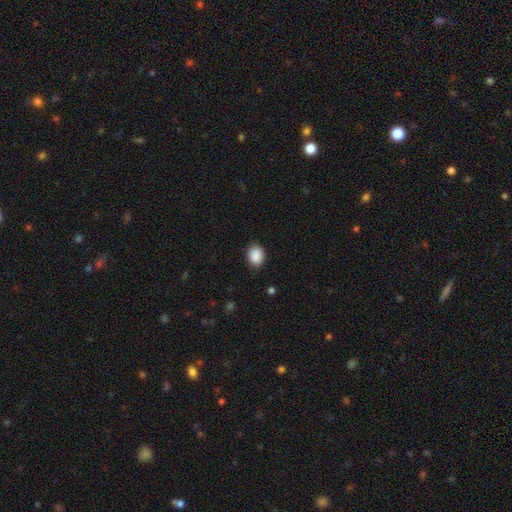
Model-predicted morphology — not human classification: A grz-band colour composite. It shows a smooth galaxy with no disk features (90%) that is in between round and cigar-shaped (61%). Merging: none (85%).